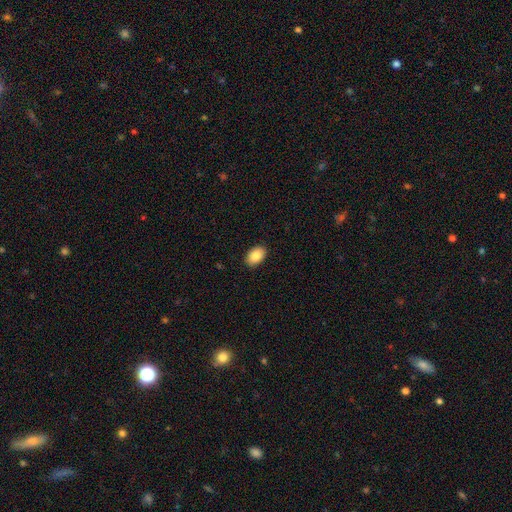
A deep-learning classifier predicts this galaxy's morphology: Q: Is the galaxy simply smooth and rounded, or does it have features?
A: smooth — 86%.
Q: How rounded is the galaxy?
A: in between — 88%.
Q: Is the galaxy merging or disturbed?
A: none — 90%.